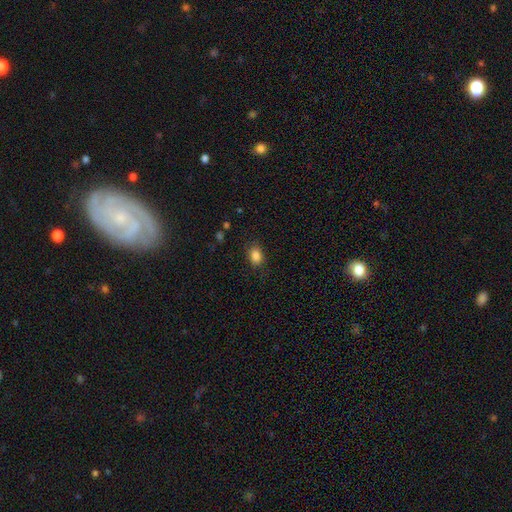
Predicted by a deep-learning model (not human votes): smooth_or_featured: smooth (p=0.86) [alt: star or artifact p=0.09]
how_rounded: in between (p=0.77) [alt: round p=0.21]
merging: none (p=0.85) [alt: minor disturbance p=0.11]